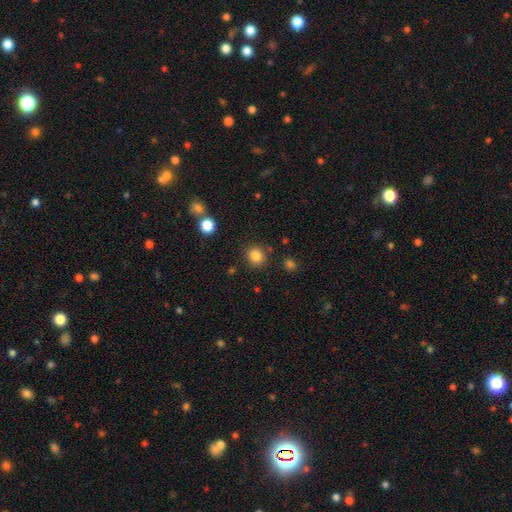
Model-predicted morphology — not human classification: smooth-or-featured: smooth: 84% | star or artifact: 12% | featured or disk: 5%
  how-rounded: round: 82% | in between: 17% | cigar-shaped: 1%
  merging: none: 85% | minor disturbance: 8% | merger: 4% | major disturbance: 3%